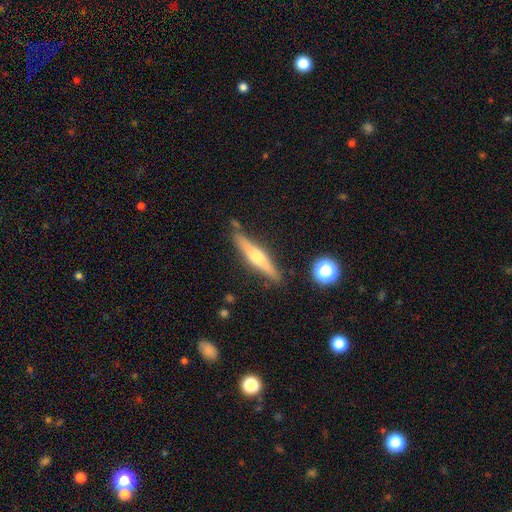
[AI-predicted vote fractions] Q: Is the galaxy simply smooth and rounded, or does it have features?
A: featured or disk — 63%.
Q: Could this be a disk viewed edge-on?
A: yes — 96%.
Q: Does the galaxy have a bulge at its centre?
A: rounded — 88%.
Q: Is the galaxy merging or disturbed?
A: none — 85%.